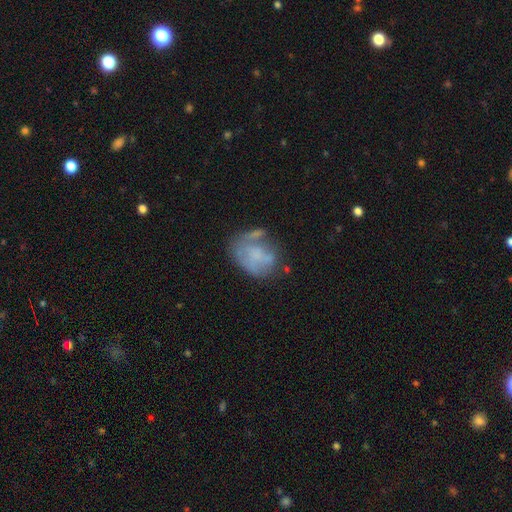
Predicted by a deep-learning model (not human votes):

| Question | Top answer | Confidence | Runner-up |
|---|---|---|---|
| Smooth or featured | featured or disk | 46% | smooth (44%) |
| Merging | none | 39% | minor disturbance (25%) |